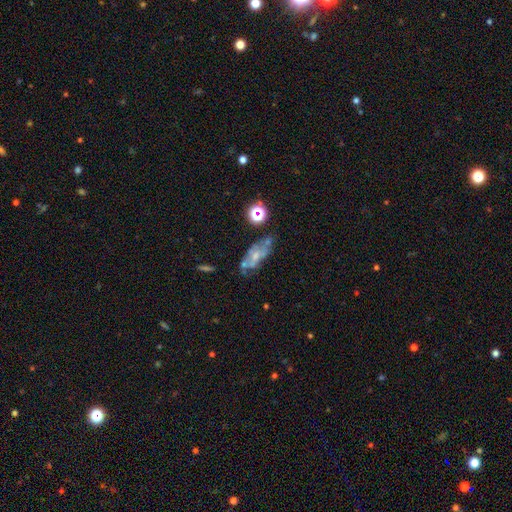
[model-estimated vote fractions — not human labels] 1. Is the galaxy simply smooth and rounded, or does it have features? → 51% featured or disk, 33% smooth, 16% star or artifact.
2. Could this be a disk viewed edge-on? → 89% no, 11% yes.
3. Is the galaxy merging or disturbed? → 41% none, 25% minor disturbance, 18% major disturbance, 16% merger.